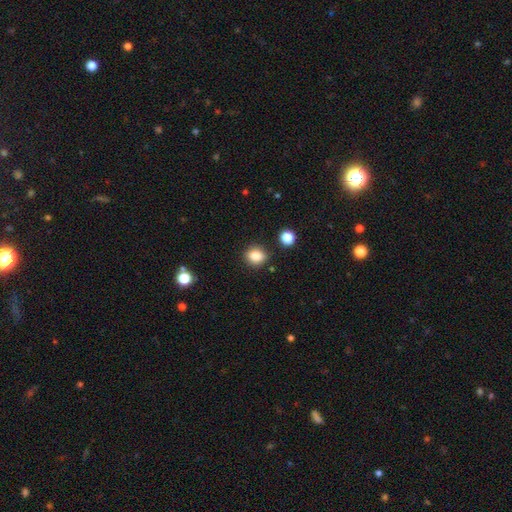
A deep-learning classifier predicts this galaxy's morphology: smooth-or-featured: smooth: 83% | star or artifact: 11% | featured or disk: 6%
  how-rounded: round: 70% | in between: 29% | cigar-shaped: 1%
  merging: none: 86% | minor disturbance: 9% | merger: 3% | major disturbance: 2%